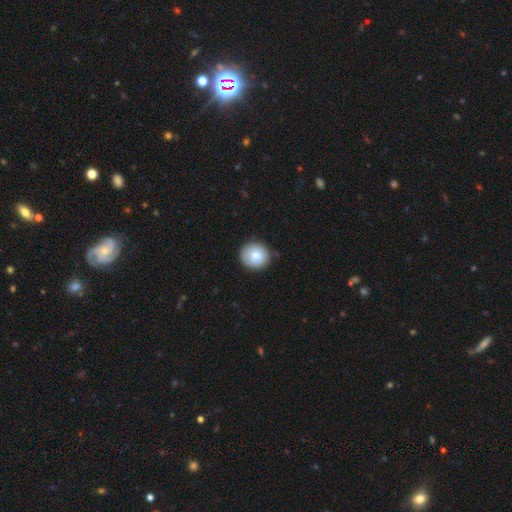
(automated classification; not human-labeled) smooth-or-featured: smooth: 79% | featured or disk: 13% | star or artifact: 8%
  how-rounded: round: 85% | in between: 14% | cigar-shaped: 1%
  merging: none: 84% | minor disturbance: 12% | major disturbance: 2% | merger: 2%